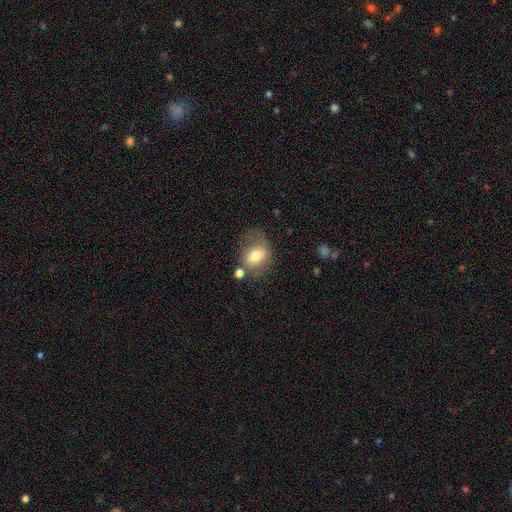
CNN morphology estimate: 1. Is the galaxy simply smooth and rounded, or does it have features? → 62% smooth, 29% featured or disk, 9% star or artifact.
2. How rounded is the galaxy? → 57% in between, 42% round, 1% cigar-shaped.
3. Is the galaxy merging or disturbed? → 43% none, 24% minor disturbance, 20% major disturbance, 13% merger.